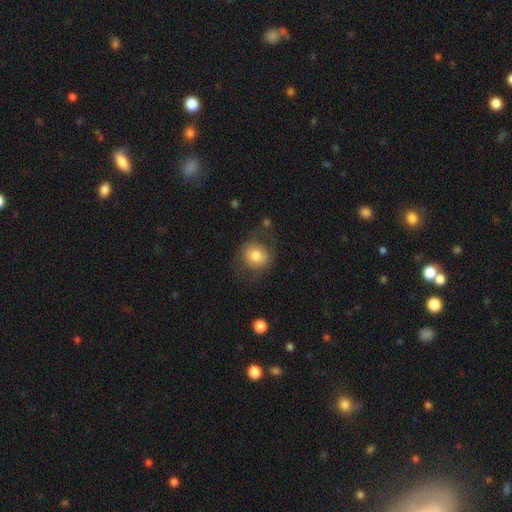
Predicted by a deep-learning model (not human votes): A smooth galaxy with no disk features (75%) that is round (72%).

Vote fractions:
- Smooth or featured? smooth: 75% / featured or disk: 16% / star or artifact: 9%
- How rounded? round: 72% / in between: 27% / cigar-shaped: 1%
- Merging? none: 68% / minor disturbance: 18% / major disturbance: 11% / merger: 2%